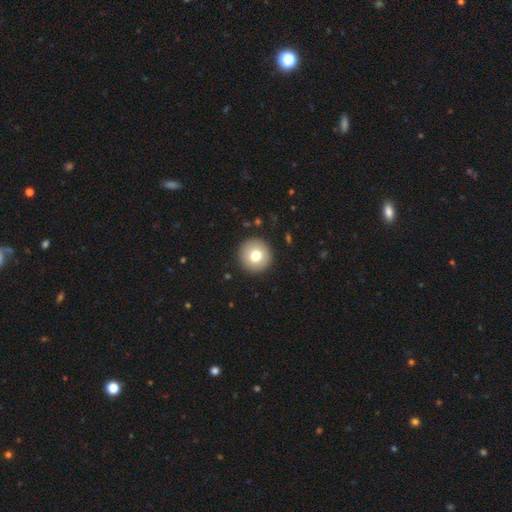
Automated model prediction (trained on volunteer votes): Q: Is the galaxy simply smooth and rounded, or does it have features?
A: smooth — 75%.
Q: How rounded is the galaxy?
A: round — 96%.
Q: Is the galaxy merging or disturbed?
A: none — 92%.